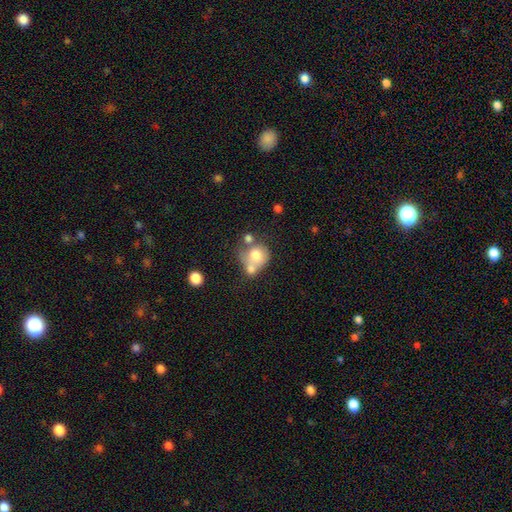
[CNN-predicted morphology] Overall: smooth (68%). How rounded: round (72%). Merging: merger (55%; none 25%).